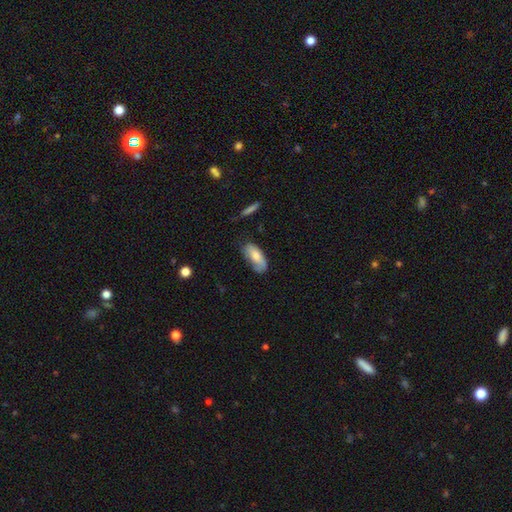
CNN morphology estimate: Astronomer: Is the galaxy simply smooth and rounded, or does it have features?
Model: smooth — 69%.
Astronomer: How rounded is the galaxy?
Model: in between — 88%.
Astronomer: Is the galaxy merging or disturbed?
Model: none — 49% (runner-up: minor disturbance, 33%).